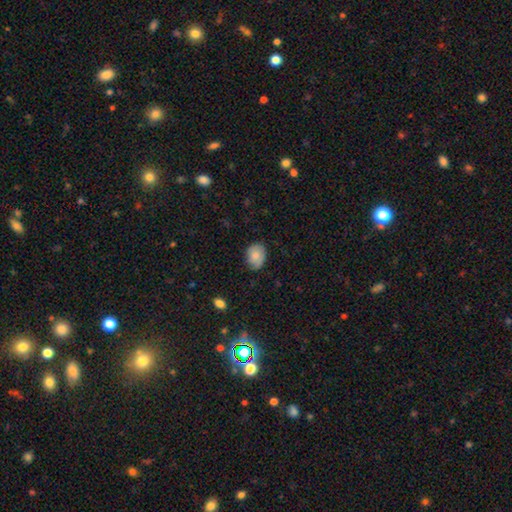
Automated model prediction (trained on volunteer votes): This is clearly a smooth galaxy (81%). How rounded: likely in between (61%). Merging: likely none (70%).